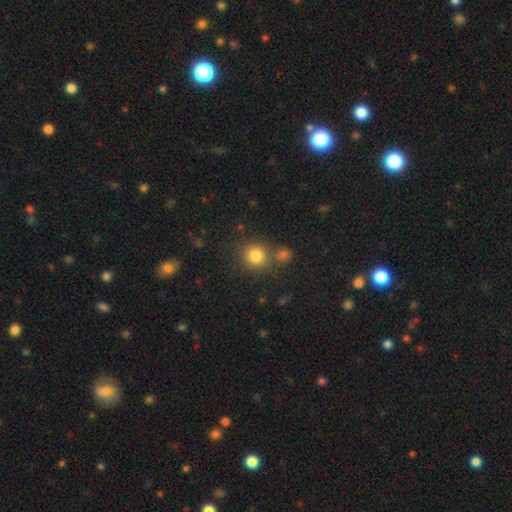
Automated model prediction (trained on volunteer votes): Q: Smooth or featured?
A: smooth (82%); runner-up: star or artifact (12%)
Q: How rounded?
A: round (89%); runner-up: in between (10%)
Q: Merging?
A: none (72%); runner-up: merger (16%)